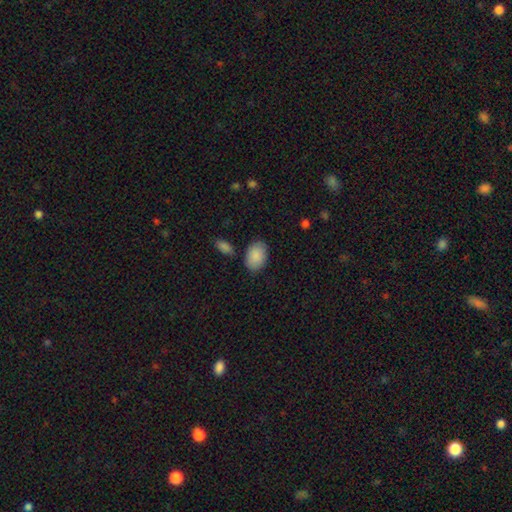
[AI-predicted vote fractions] This is clearly a smooth galaxy (89%). How rounded: clearly in between (85%). Merging: clearly none (81%).